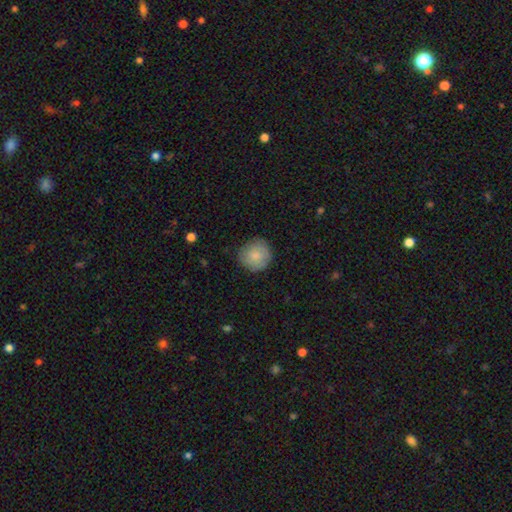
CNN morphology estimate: The model was most divided on "smooth or featured": smooth: 80%, featured or disk: 13%, star or artifact: 7%. More confident: how rounded — round (91%); merging — none (83%).